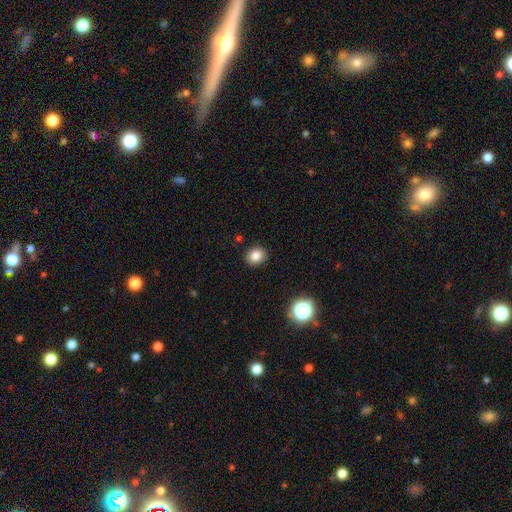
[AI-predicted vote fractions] Smooth or featured: smooth — 82% (star or artifact — 12%)
How rounded: round — 71% (in between — 28%)
Merging: none — 90% (minor disturbance — 7%)